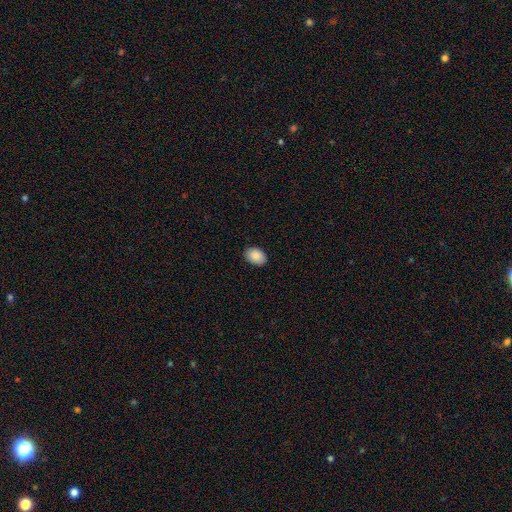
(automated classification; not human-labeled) A smooth galaxy with no disk features (88%) that is in between round and cigar-shaped (82%).

Vote fractions:
- Smooth or featured? smooth: 88% / star or artifact: 7% / featured or disk: 5%
- How rounded? in between: 82% / round: 17% / cigar-shaped: 1%
- Merging? none: 88% / minor disturbance: 9% / major disturbance: 2% / merger: 1%